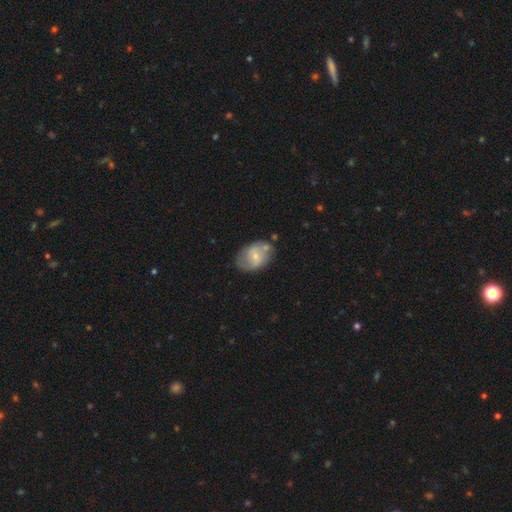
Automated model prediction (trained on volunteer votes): The model was most divided on "smooth or featured": smooth: 48%, featured or disk: 45%, star or artifact: 7%. More confident: merging — none (62%).